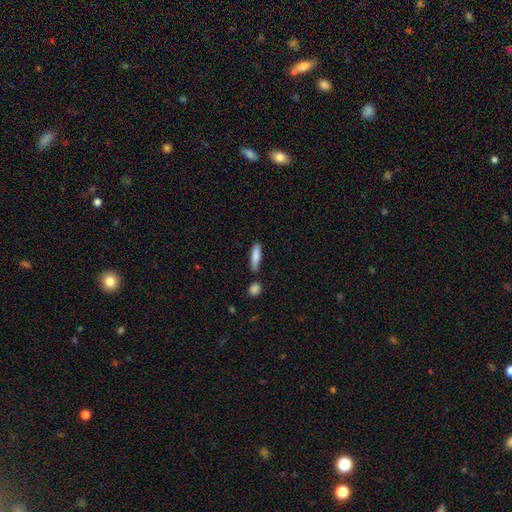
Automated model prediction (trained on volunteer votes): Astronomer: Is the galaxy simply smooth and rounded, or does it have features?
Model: smooth — 85%.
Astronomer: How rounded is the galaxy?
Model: cigar-shaped — 68%.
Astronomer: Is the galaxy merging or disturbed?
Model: none — 78%.